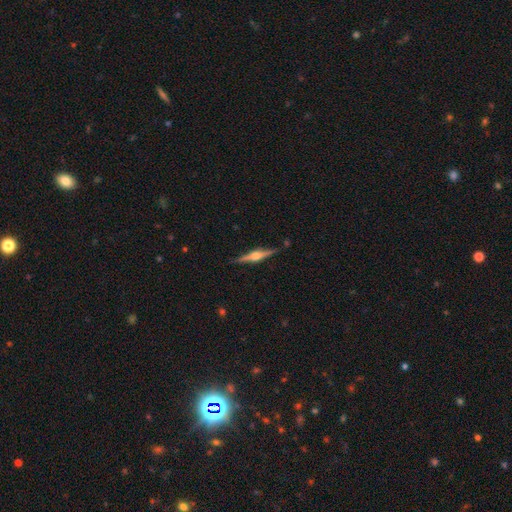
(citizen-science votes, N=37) Volunteers were most divided on "merging": none: 83%, minor disturbance: 14%, merger: 3%, major disturbance: 0%. More confident: edge-on disk — yes (100%); smooth or featured — featured or disk (97%); edge-on bulge — rounded (89%).